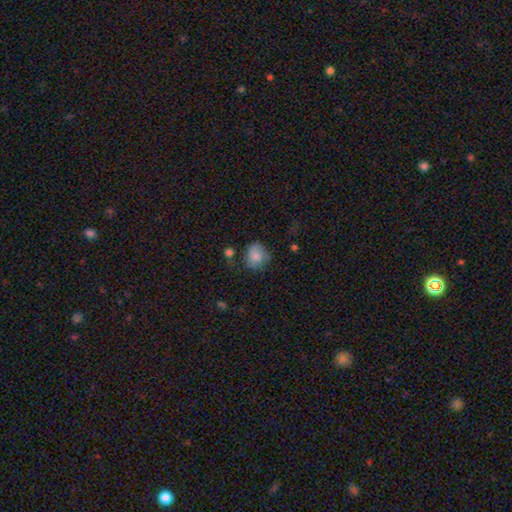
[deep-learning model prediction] smooth-or-featured: smooth: 78% | featured or disk: 14% | star or artifact: 9%
  how-rounded: round: 70% | in between: 29% | cigar-shaped: 1%
  merging: none: 55% | minor disturbance: 29% | major disturbance: 11% | merger: 5%